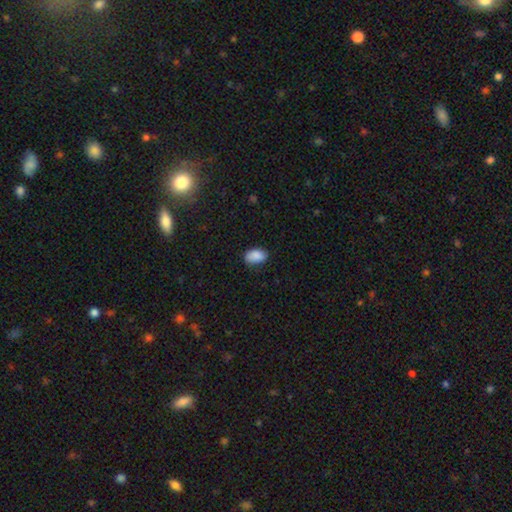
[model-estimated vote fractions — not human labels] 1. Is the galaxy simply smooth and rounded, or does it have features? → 88% smooth, 7% star or artifact, 4% featured or disk.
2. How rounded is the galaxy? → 90% in between, 9% round, 1% cigar-shaped.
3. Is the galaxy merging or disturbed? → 78% none, 18% minor disturbance, 3% major disturbance, 1% merger.